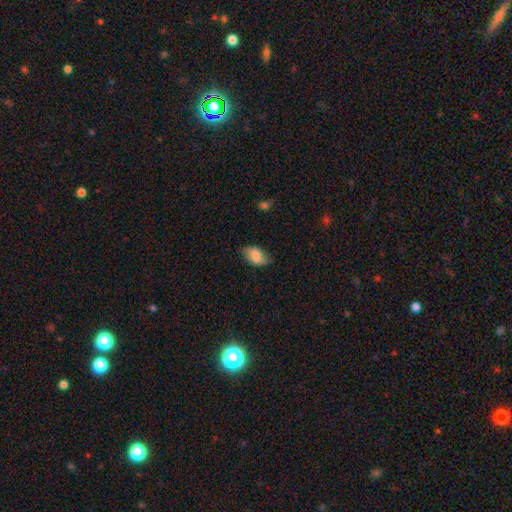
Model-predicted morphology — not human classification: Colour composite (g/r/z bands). It shows a smooth galaxy with no disk features (75%) that is in between round and cigar-shaped (90%). Merging: none (67%).